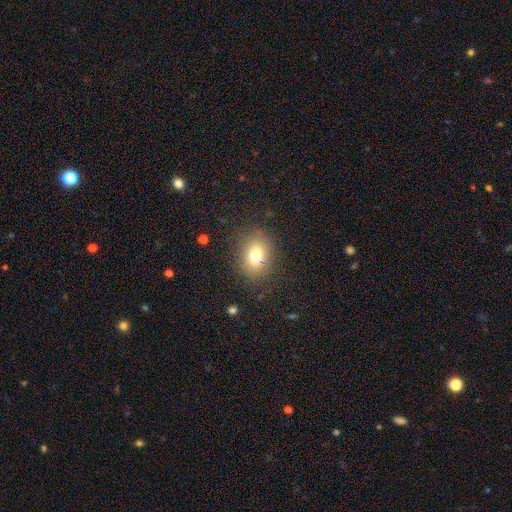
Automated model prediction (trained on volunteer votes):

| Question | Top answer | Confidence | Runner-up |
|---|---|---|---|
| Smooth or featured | smooth | 76% | star or artifact (13%) |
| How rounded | in between | 60% | round (39%) |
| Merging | none | 82% | minor disturbance (11%) |